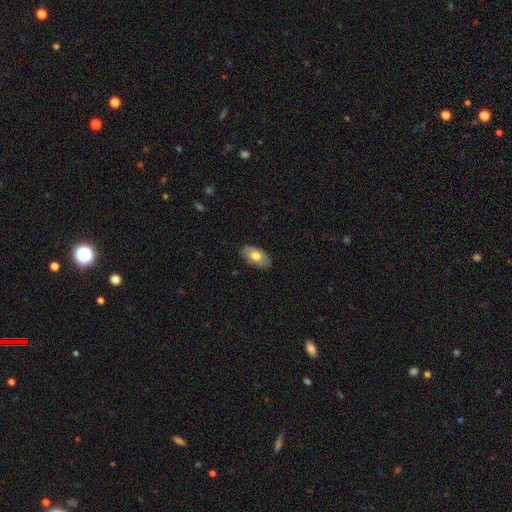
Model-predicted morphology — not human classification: smooth-or-featured: smooth: 66% | featured or disk: 28% | star or artifact: 6%
  how-rounded: in between: 93% | round: 4% | cigar-shaped: 3%
  merging: none: 85% | minor disturbance: 12% | major disturbance: 2% | merger: 1%